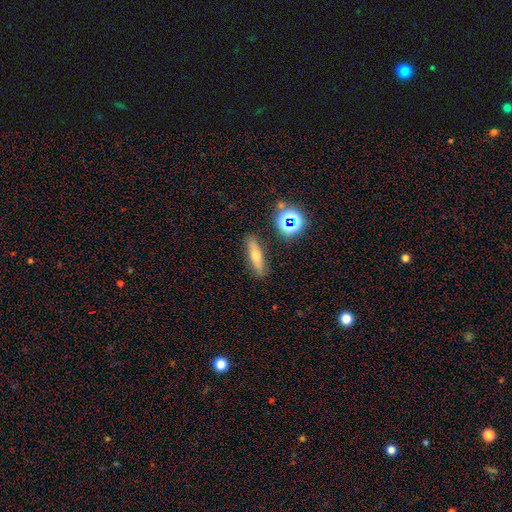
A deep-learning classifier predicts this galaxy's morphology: The model was most divided on "smooth or featured": smooth: 53%, featured or disk: 33%, star or artifact: 14%. More confident: merging — none (87%); how rounded — cigar-shaped (65%).